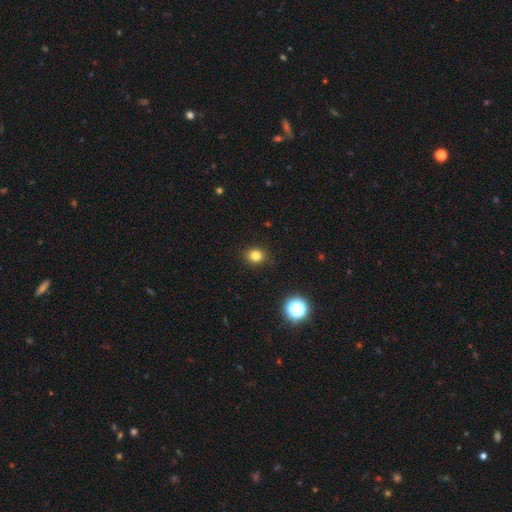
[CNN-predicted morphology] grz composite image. It shows a smooth galaxy with no disk features (80%) that is round (68%). Merging: none (89%).